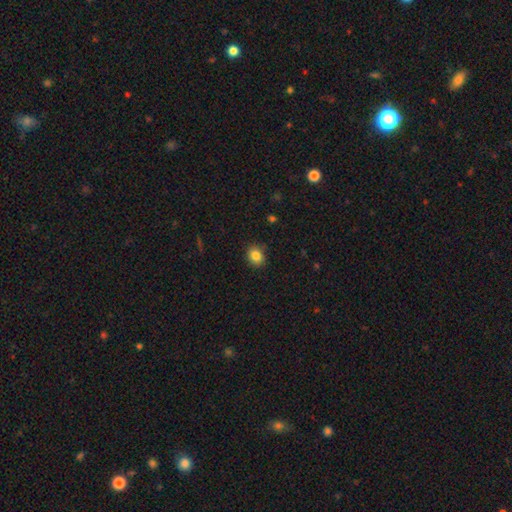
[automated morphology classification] A smooth galaxy with no disk features (85%) that is round (57%). Merging: none (88%).